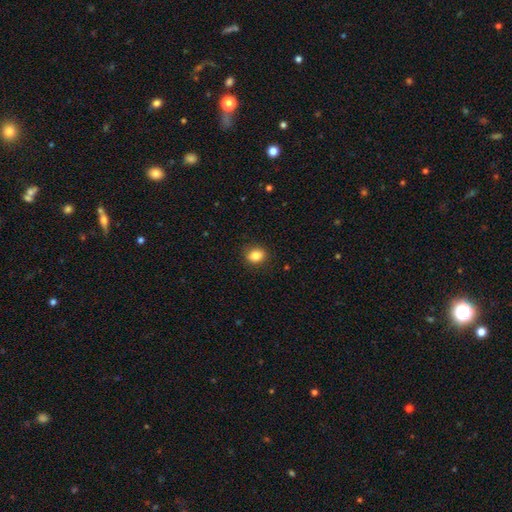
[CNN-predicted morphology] This appears to be a smooth galaxy with no disk features (85%) that is round (51%). Merging: none (88%).